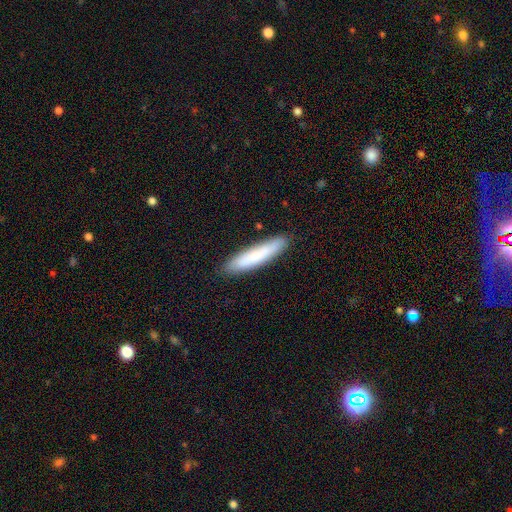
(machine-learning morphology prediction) Smooth or featured?
  - smooth: 78% *
  - featured or disk: 16%
  - star or artifact: 6%
How rounded?
  - cigar-shaped: 88% *
  - in between: 11%
  - round: 1%
Merging?
  - none: 88% *
  - minor disturbance: 9%
  - major disturbance: 2%
  - merger: 1%